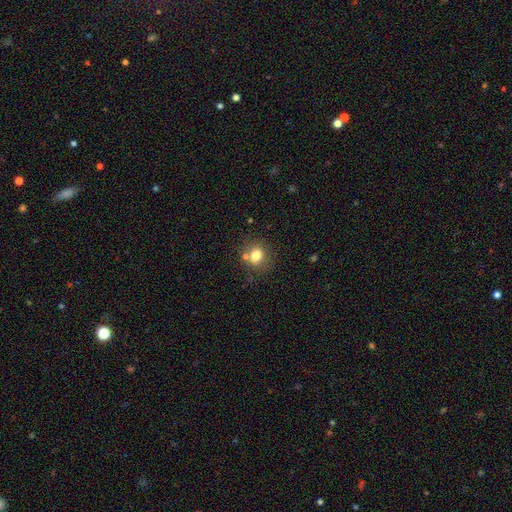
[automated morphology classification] A smooth galaxy with no disk features (76%) that is round (70%). Merging: none (67%).